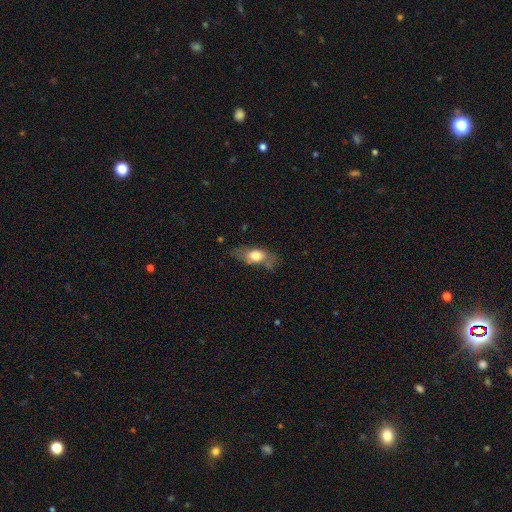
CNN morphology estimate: Overall: smooth (65%; featured or disk 27%). How rounded: in between (80%). Merging: none (53%; minor disturbance 29%).